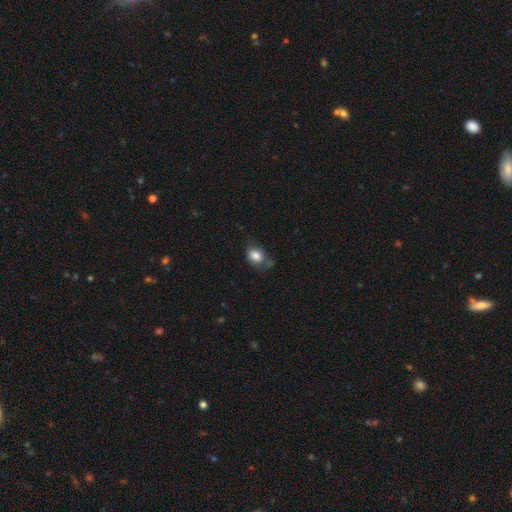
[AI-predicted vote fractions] Q: Smooth or featured?
A: smooth (81%); runner-up: featured or disk (10%)
Q: How rounded?
A: in between (53%); runner-up: round (46%)
Q: Merging?
A: none (51%); runner-up: minor disturbance (33%)